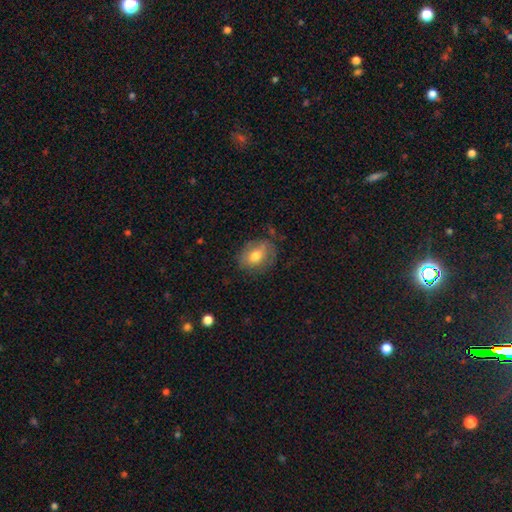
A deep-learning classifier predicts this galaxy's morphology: Smooth or featured? Predicted: smooth (p=0.68). How rounded? Predicted: in between (p=0.59). Merging? Predicted: none (p=0.70).